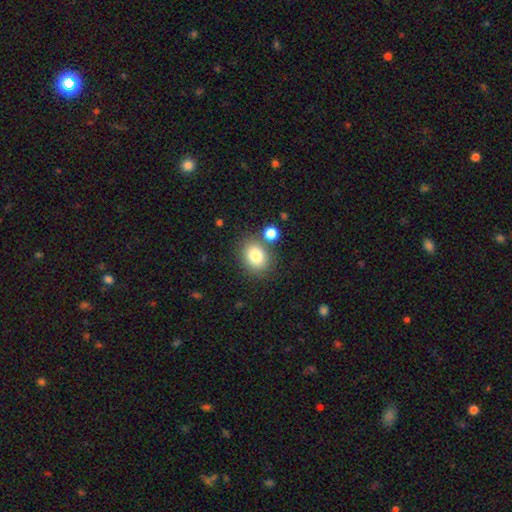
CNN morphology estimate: This appears to be a smooth galaxy with no disk features (81%) that is in between round and cigar-shaped (53%). Merging: none (74%).